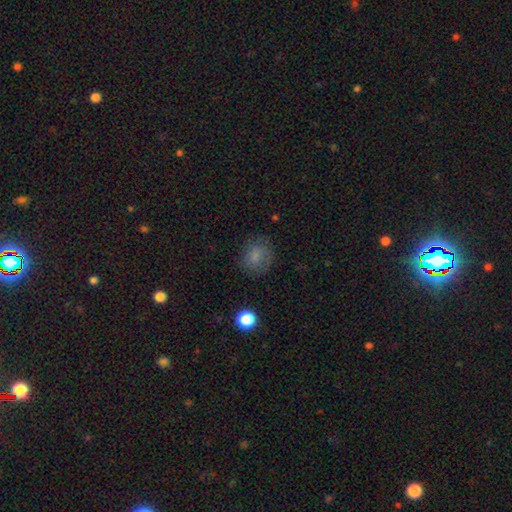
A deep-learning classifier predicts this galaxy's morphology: Smooth or featured? smooth (75%)
How rounded? round (70%)
Merging? none (72%)